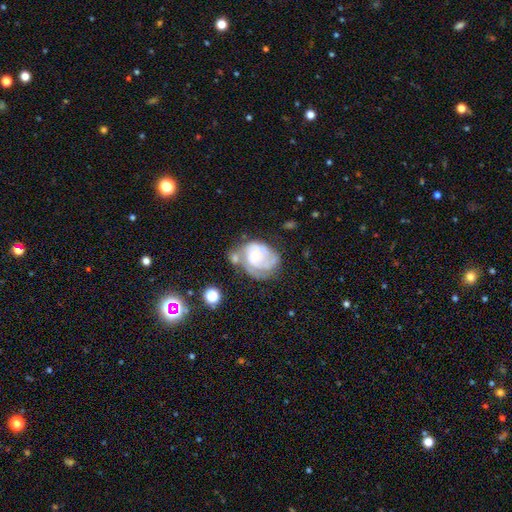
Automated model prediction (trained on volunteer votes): This is likely a featured or disk galaxy (72%). It is clearly not viewed edge-on (98%). Bar: likely no (79%). Spiral arm pattern: likely yes (79%). Spiral arm count: marginally can't tell (39%). Spiral winding: likely tight (62%). Central bulge: possibly small (56%). Merging: marginally none (34%).